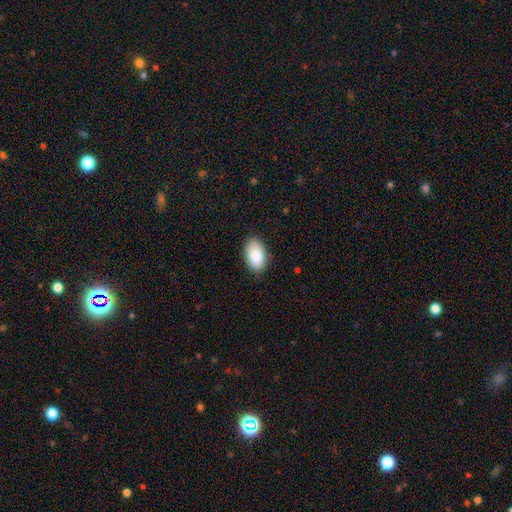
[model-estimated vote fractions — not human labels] This is clearly a smooth galaxy (88%). How rounded: clearly in between (95%). Merging: clearly none (85%).